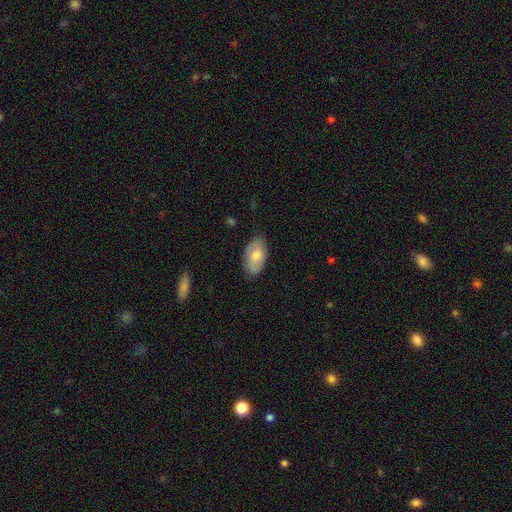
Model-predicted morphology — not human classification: Q: Smooth or featured?
A: smooth (57%); runner-up: featured or disk (36%)
Q: How rounded?
A: in between (93%); runner-up: round (5%)
Q: Merging?
A: none (77%); runner-up: minor disturbance (18%)